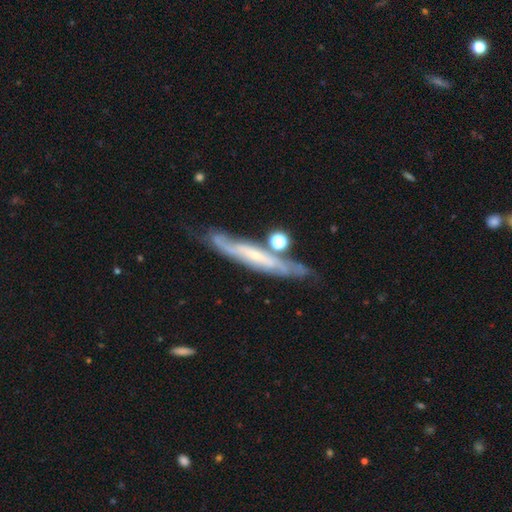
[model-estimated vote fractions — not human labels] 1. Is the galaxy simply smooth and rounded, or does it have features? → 74% featured or disk, 19% smooth, 7% star or artifact.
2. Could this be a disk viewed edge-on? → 57% yes, 43% no.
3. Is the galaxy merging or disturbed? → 62% none, 21% minor disturbance, 9% merger, 7% major disturbance.